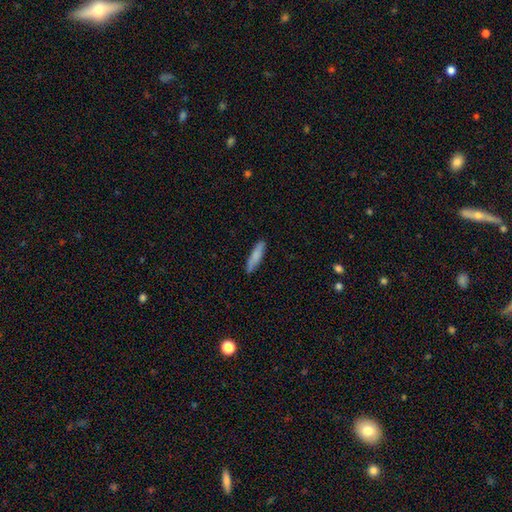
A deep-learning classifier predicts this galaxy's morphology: This appears to be a smooth galaxy with no disk features (80%) that is cigar-shaped (78%). Merging: none (86%).